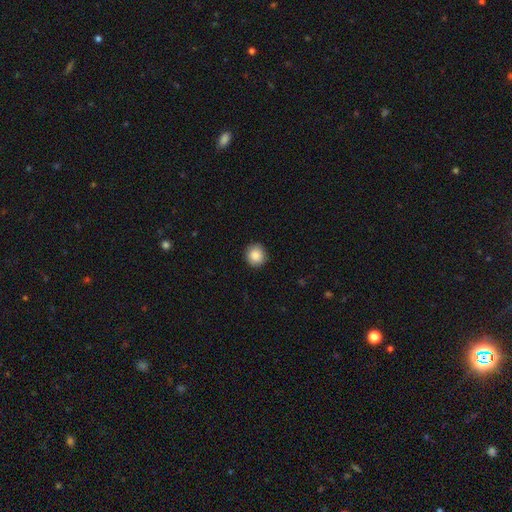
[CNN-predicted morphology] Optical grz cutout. It shows a smooth galaxy with no disk features (87%) that is round (92%). Merging: none (91%).